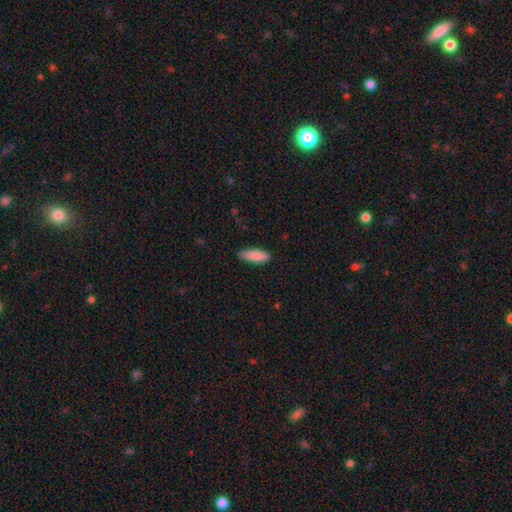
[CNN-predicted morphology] The model was most divided on "how rounded": in between: 58%, cigar-shaped: 40%, round: 2%. More confident: smooth or featured — smooth (87%); merging — none (82%).